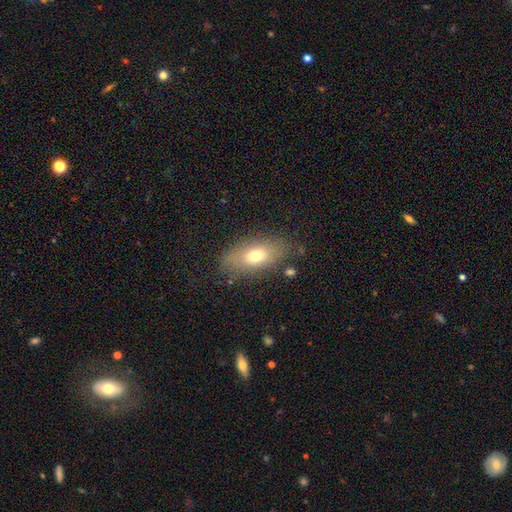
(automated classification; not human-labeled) This appears to be a smooth galaxy with no disk features (69%) that is in between round and cigar-shaped (85%). Merging: none (79%).